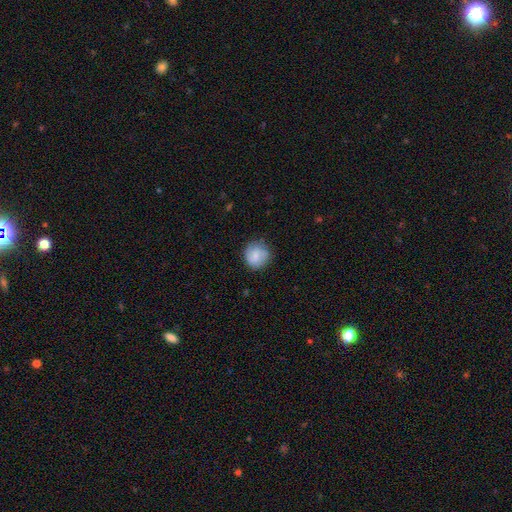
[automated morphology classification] A smooth galaxy with no disk features (70%) that is round (89%).

Vote fractions:
- Smooth or featured? smooth: 70% / featured or disk: 23% / star or artifact: 7%
- How rounded? round: 89% / in between: 10% / cigar-shaped: 1%
- Merging? none: 76% / minor disturbance: 18% / major disturbance: 5% / merger: 1%